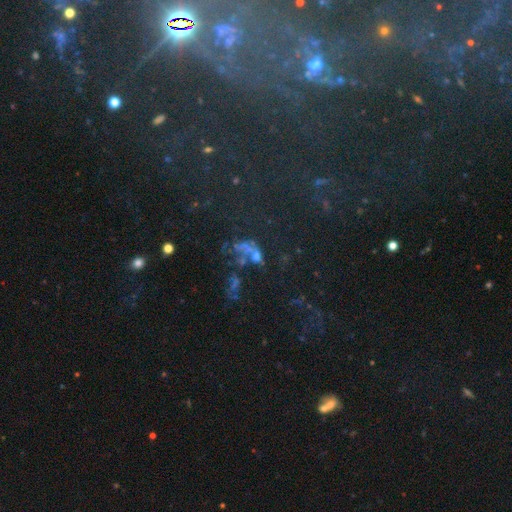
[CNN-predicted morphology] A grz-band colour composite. It shows a star or artifact, not a galaxy (38%).